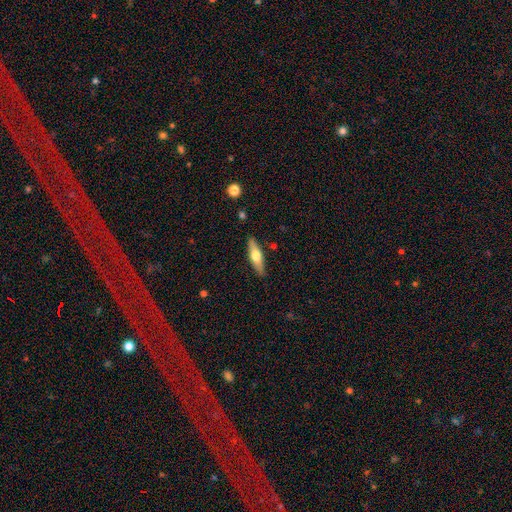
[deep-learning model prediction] Smooth or featured? smooth (48%)
Merging? none (88%)